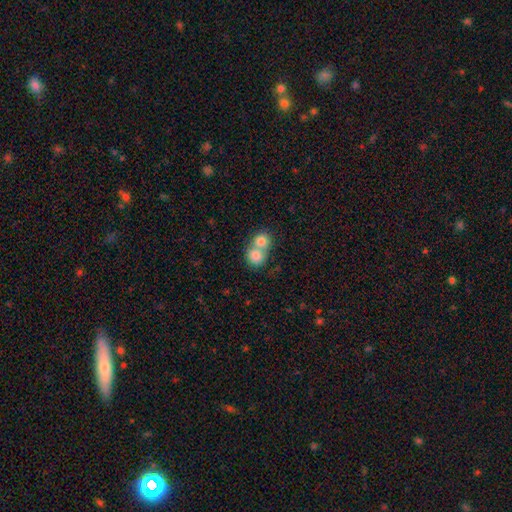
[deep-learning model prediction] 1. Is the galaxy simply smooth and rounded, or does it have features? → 81% smooth, 11% featured or disk, 8% star or artifact.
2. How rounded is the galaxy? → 78% round, 21% in between, 1% cigar-shaped.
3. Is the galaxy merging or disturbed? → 65% merger, 27% none, 5% minor disturbance, 3% major disturbance.